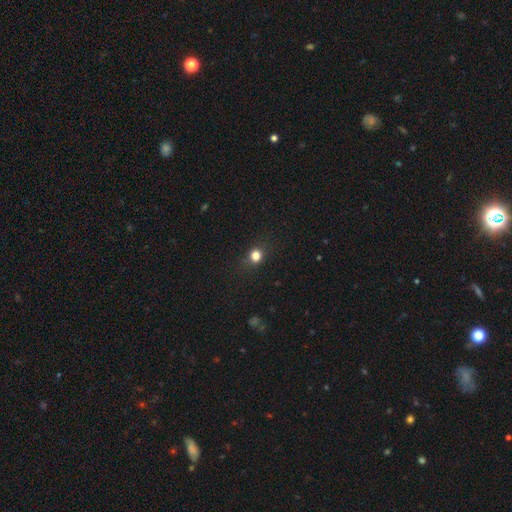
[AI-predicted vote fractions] smooth-or-featured: smooth: 79% | star or artifact: 16% | featured or disk: 5%
  how-rounded: round: 82% | in between: 17% | cigar-shaped: 1%
  merging: none: 86% | minor disturbance: 9% | major disturbance: 3% | merger: 1%